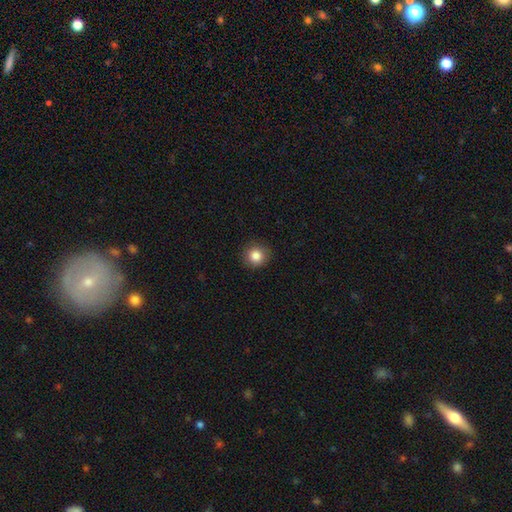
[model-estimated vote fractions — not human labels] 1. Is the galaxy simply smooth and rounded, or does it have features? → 84% smooth, 10% star or artifact, 5% featured or disk.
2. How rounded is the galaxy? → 92% round, 7% in between, 1% cigar-shaped.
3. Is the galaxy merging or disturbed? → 90% none, 7% minor disturbance, 2% major disturbance, 1% merger.